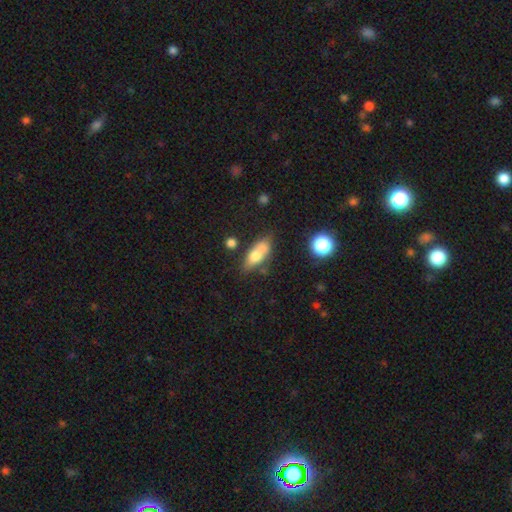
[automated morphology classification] Smooth or featured? smooth (67%)
How rounded? in between (70%)
Merging? none (47%)